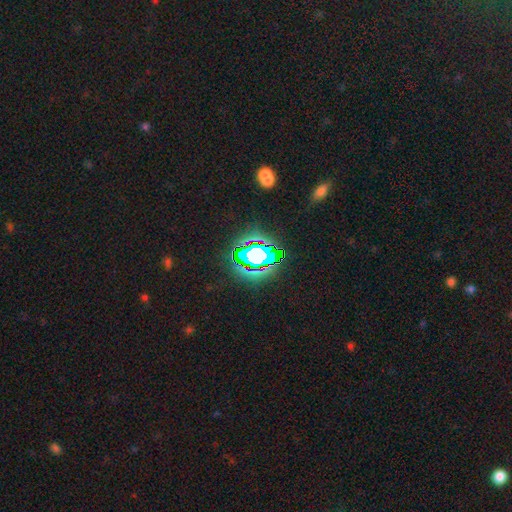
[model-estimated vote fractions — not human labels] Smooth or featured? Predicted: star or artifact (p=0.61).